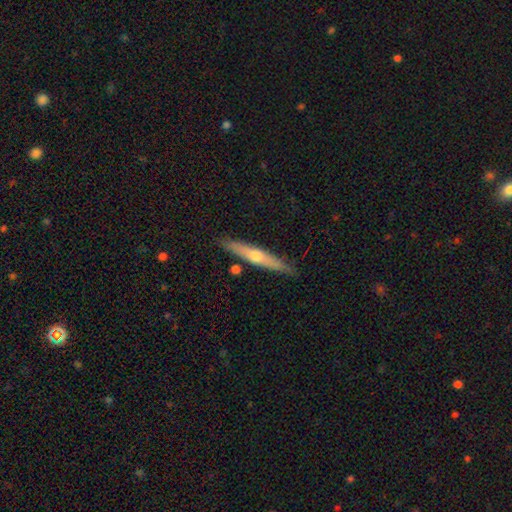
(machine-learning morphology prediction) Overall: featured or disk (58%; smooth 36%). Edge-on disk: yes (93%). Edge-on bulge: rounded (84%). Merging: none (86%).